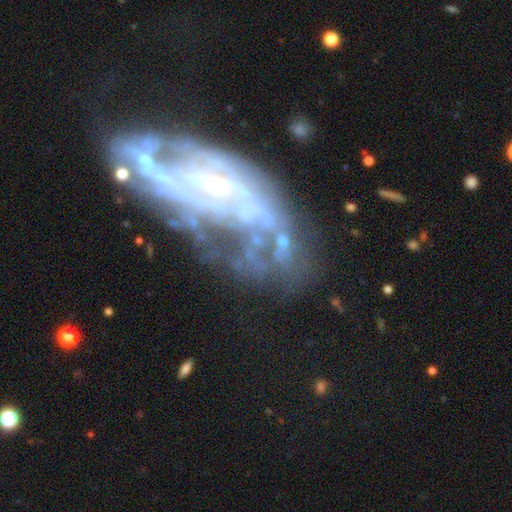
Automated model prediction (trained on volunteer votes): Smooth or featured? Predicted: featured or disk (p=0.80). Edge-on disk? Predicted: no (p=0.91). Bar? Predicted: no (p=0.41). Spiral arms? Predicted: yes (p=0.64). Bulge size? Predicted: none (p=0.38, tied with small). Merging? Predicted: none (p=0.45).